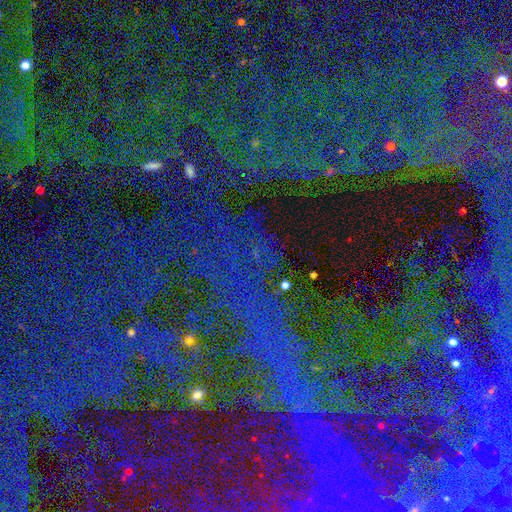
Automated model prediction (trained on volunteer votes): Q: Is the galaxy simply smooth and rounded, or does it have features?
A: star or artifact — 86%.